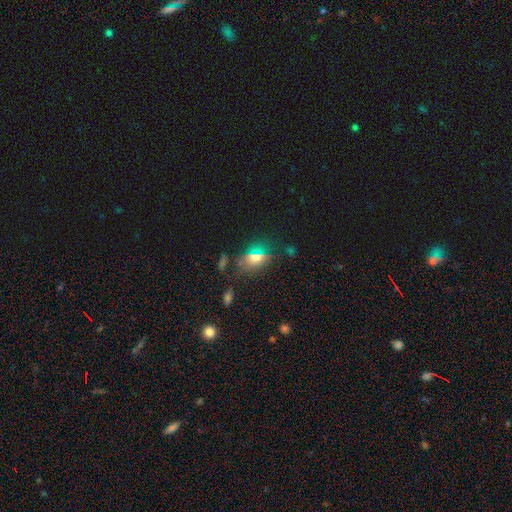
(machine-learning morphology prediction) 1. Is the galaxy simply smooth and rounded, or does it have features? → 62% smooth, 25% star or artifact, 13% featured or disk.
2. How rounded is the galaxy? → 72% in between, 23% round, 5% cigar-shaped.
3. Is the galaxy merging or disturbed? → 72% none, 16% minor disturbance, 7% major disturbance, 5% merger.